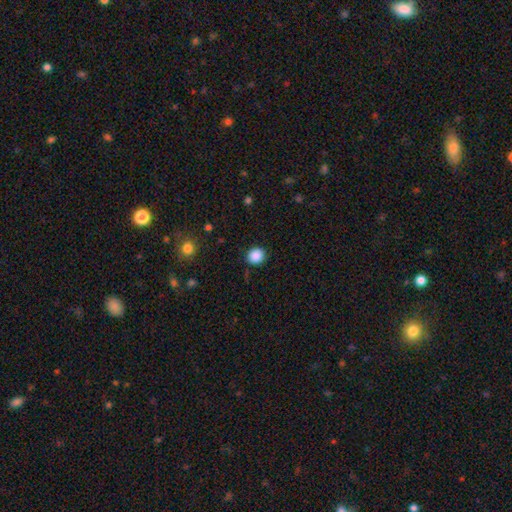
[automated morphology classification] smooth-or-featured: smooth: 88% | star or artifact: 9% | featured or disk: 3%
  how-rounded: round: 86% | in between: 13% | cigar-shaped: 1%
  merging: none: 87% | minor disturbance: 9% | major disturbance: 3% | merger: 1%